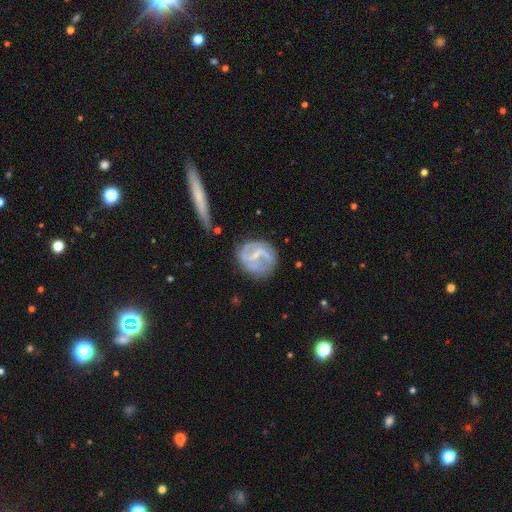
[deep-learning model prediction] Q: Smooth or featured?
A: featured or disk (81%); runner-up: smooth (13%)
Q: Edge-on disk?
A: no (97%); runner-up: yes (3%)
Q: Bar?
A: weak (47%); runner-up: strong (29%)
Q: Spiral arms?
A: yes (91%); runner-up: no (9%)
Q: Spiral winding?
A: medium (45%); runner-up: loose (30%)
Q: Spiral arm count?
A: 2 (69%); runner-up: can't tell (13%)
Q: Bulge size?
A: small (68%); runner-up: moderate (17%)
Q: Merging?
A: none (66%); runner-up: minor disturbance (20%)